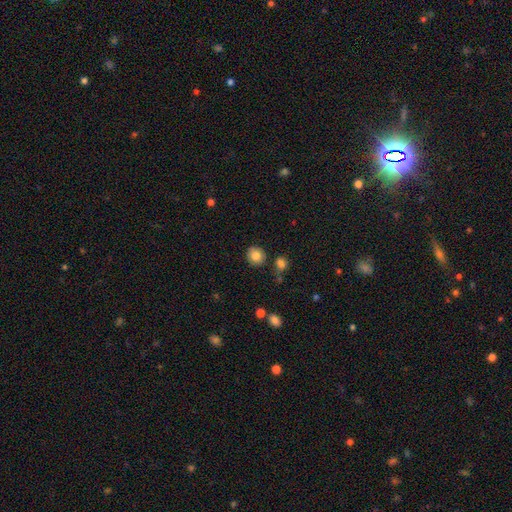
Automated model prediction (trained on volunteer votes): smooth_or_featured: smooth (p=0.83) [alt: star or artifact p=0.09]
how_rounded: round (p=0.88) [alt: in between p=0.11]
merging: none (p=0.85) [alt: minor disturbance p=0.08]